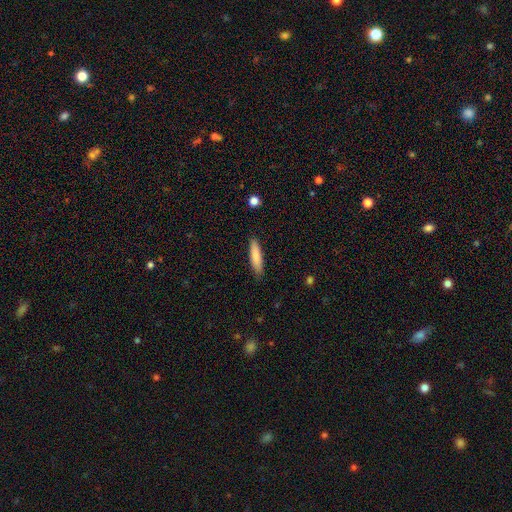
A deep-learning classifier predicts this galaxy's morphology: Smooth or featured: smooth — 83% (featured or disk — 11%)
How rounded: cigar-shaped — 78% (in between — 20%)
Merging: none — 87% (minor disturbance — 10%)